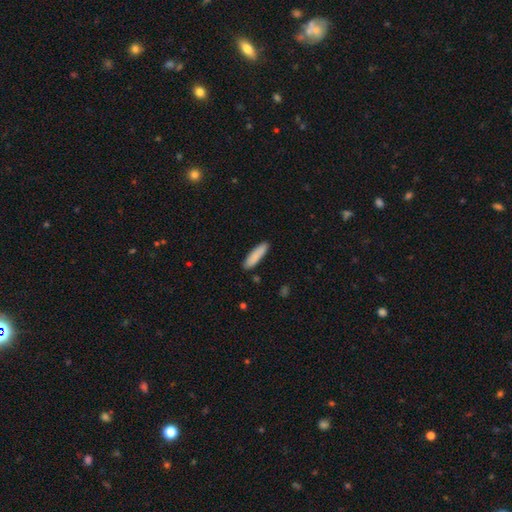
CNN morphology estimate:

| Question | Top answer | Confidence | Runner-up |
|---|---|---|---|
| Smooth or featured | smooth | 87% | featured or disk (7%) |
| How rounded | cigar-shaped | 72% | in between (26%) |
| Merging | none | 88% | minor disturbance (9%) |